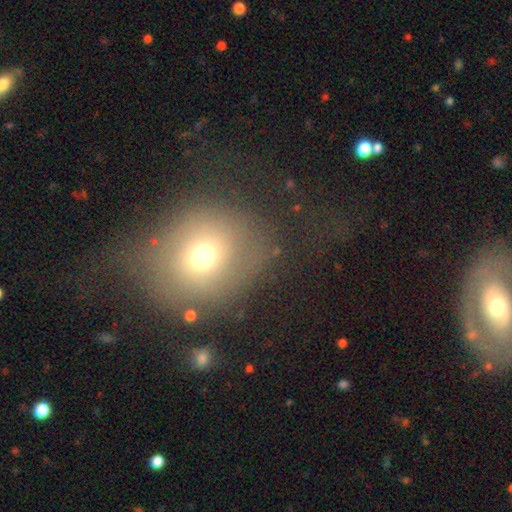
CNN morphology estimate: Q: Smooth or featured?
A: smooth (64%); runner-up: featured or disk (20%)
Q: How rounded?
A: round (71%); runner-up: in between (28%)
Q: Merging?
A: none (53%); runner-up: major disturbance (23%)